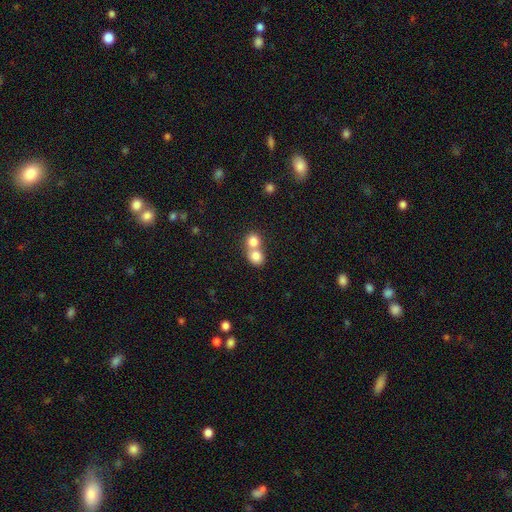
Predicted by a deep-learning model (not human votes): Smooth or featured?
  - smooth: 79% *
  - featured or disk: 11%
  - star or artifact: 9%
How rounded?
  - round: 78% *
  - in between: 21%
  - cigar-shaped: 1%
Merging?
  - merger: 66% *
  - none: 28%
  - minor disturbance: 4%
  - major disturbance: 2%